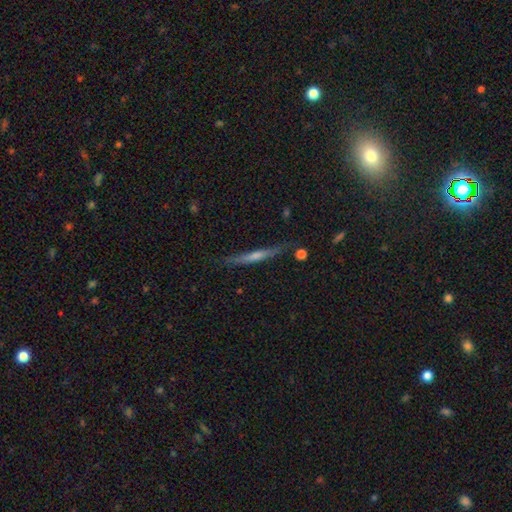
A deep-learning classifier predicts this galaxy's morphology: The model was most divided on "edge-on bulge": none: 51%, rounded: 38%, boxy: 11%. More confident: edge-on disk — yes (95%); merging — none (82%); smooth or featured — featured or disk (55%).